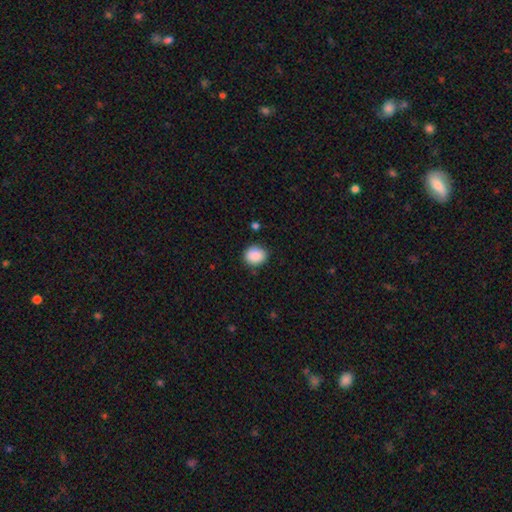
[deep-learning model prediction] Overall: smooth (89%). How rounded: round (76%). Merging: none (86%).